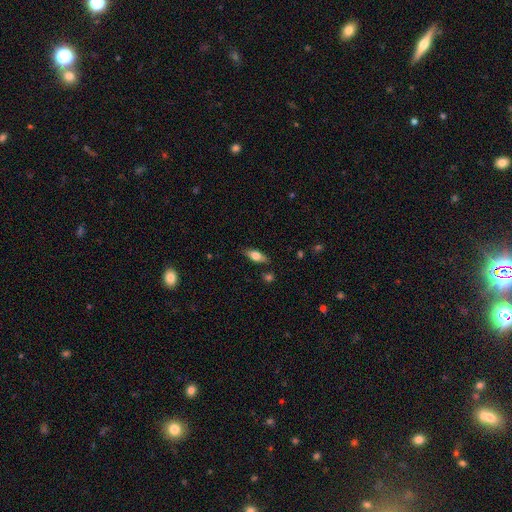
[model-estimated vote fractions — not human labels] Q: Smooth or featured?
A: smooth (63%); runner-up: featured or disk (30%)
Q: How rounded?
A: in between (72%); runner-up: cigar-shaped (24%)
Q: Merging?
A: none (83%); runner-up: minor disturbance (12%)